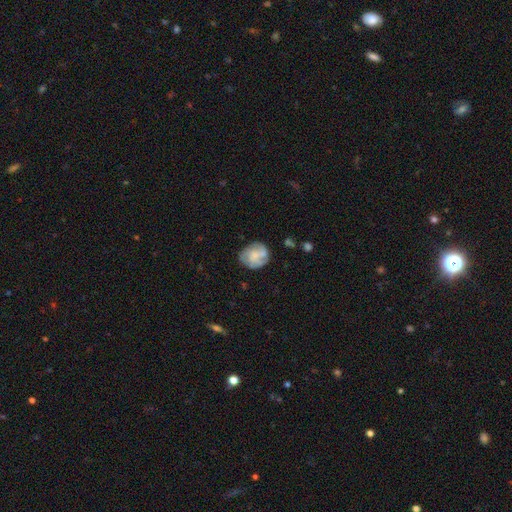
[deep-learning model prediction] Smooth or featured?
  - featured or disk: 51% *
  - smooth: 41%
  - star or artifact: 8%
Edge-on disk?
  - no: 98% *
  - yes: 2%
Merging?
  - none: 63% *
  - minor disturbance: 22%
  - major disturbance: 10%
  - merger: 4%